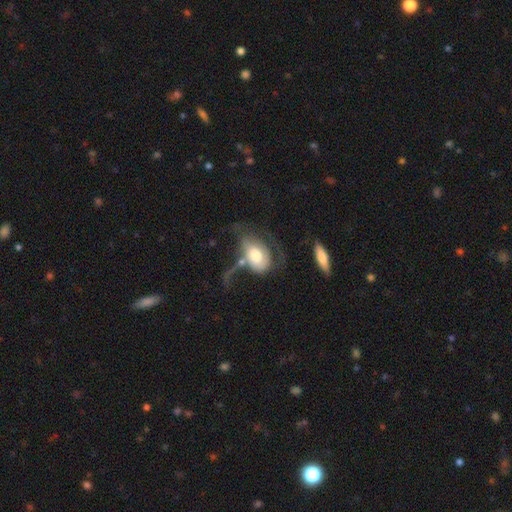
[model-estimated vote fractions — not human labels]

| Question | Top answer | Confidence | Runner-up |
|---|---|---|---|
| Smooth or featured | featured or disk | 51% | smooth (43%) |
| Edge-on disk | no | 94% | yes (6%) |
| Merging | major disturbance | 42% | none (23%) |